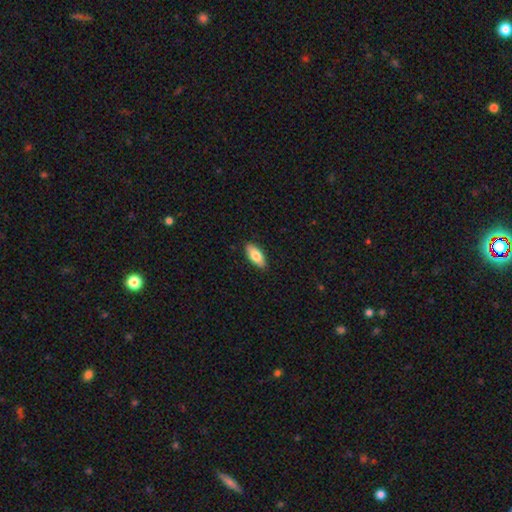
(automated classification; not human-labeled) The model was most divided on "smooth or featured": smooth: 79%, featured or disk: 15%, star or artifact: 6%. More confident: merging — none (89%); how rounded — in between (83%).